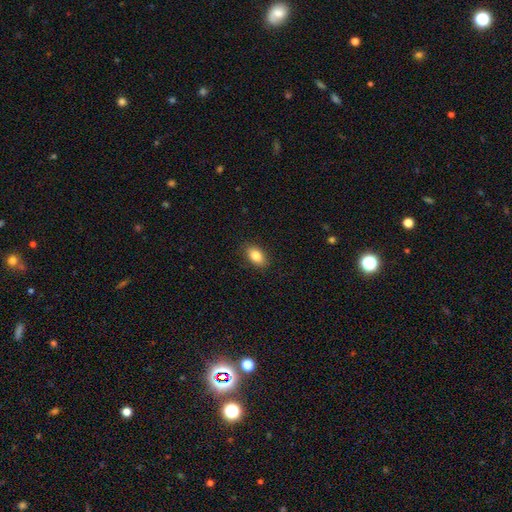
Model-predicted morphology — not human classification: smooth 86%, star or artifact 8%, featured or disk 7%. Down the decision tree: how rounded — in between (89%); merging — none (87%).